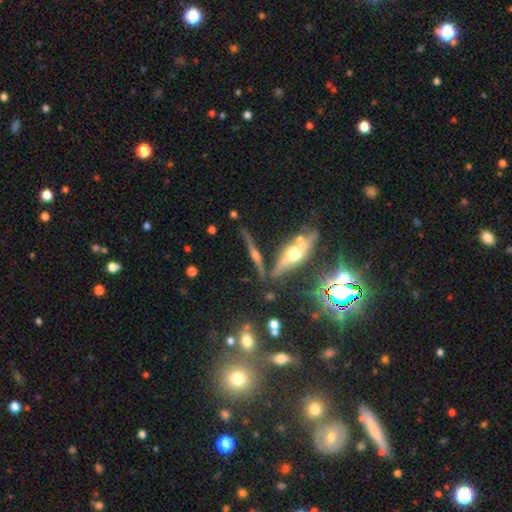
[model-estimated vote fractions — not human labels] A featured or disk galaxy (60%) viewed edge-on (86%) with a rounded central bulge (91%).

Vote fractions:
- Smooth or featured? featured or disk: 60% / star or artifact: 20% / smooth: 20%
- Edge-on disk? yes: 86% / no: 14%
- Edge-on bulge? rounded: 91% / boxy: 5% / none: 4%
- Merging? none: 68% / minor disturbance: 15% / merger: 11% / major disturbance: 7%